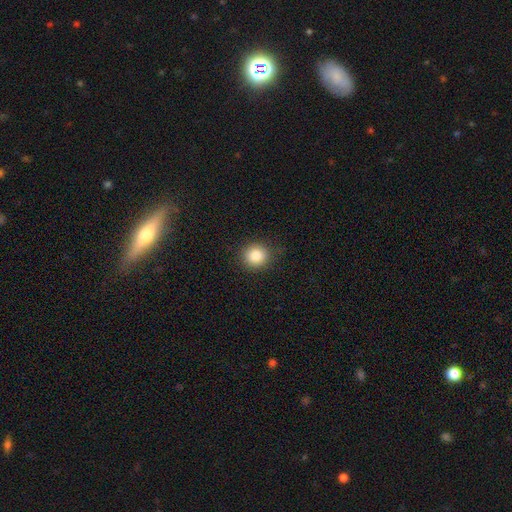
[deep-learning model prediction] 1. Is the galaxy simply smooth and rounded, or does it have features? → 85% smooth, 10% star or artifact, 5% featured or disk.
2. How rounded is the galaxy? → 89% round, 11% in between, 1% cigar-shaped.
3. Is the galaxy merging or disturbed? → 87% none, 10% minor disturbance, 3% major disturbance, 1% merger.